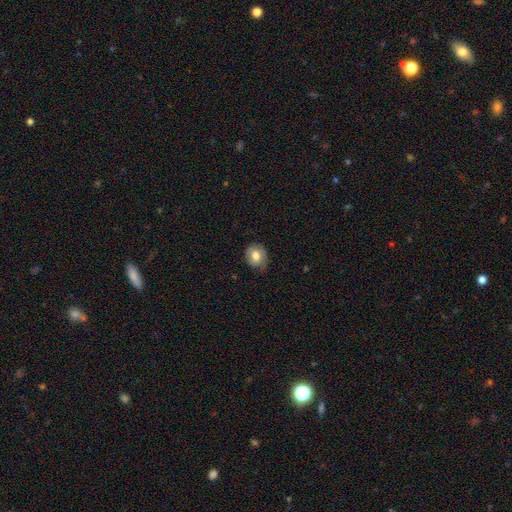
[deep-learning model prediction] Morphology: type=smooth (73%); roundness=round (61%); merging=none (65%).